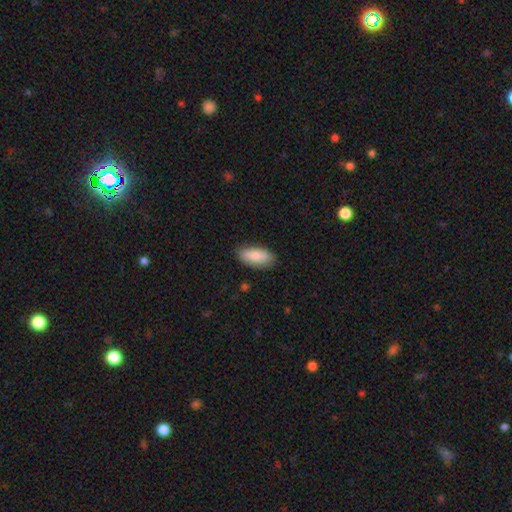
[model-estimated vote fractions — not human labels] Smooth or featured?
  - smooth: 83% *
  - featured or disk: 11%
  - star or artifact: 6%
How rounded?
  - in between: 87% *
  - cigar-shaped: 11%
  - round: 2%
Merging?
  - none: 84% *
  - minor disturbance: 12%
  - major disturbance: 3%
  - merger: 1%